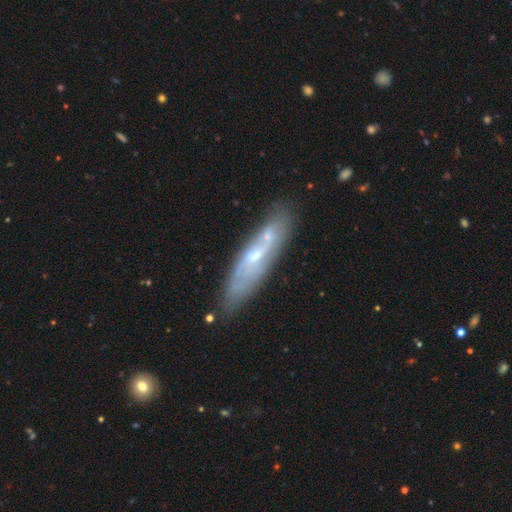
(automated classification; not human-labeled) Smooth or featured? Predicted: featured or disk (p=0.62). Edge-on disk? Predicted: no (p=0.64). Merging? Predicted: none (p=0.69).